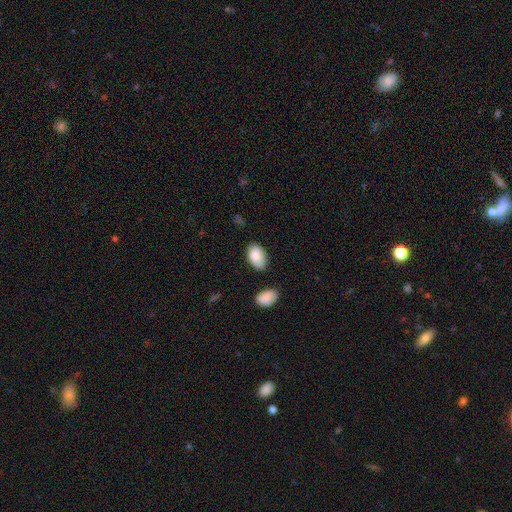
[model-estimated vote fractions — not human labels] Morphology: type=smooth (86%); roundness=in between (92%); merging=none (70%).